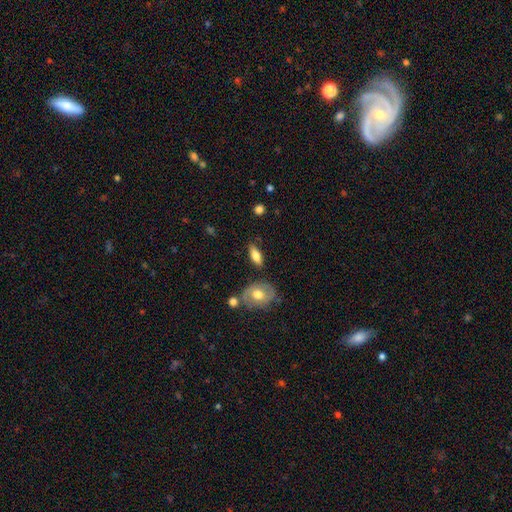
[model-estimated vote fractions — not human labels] smooth 72%, featured or disk 21%, star or artifact 7%. Down the decision tree: how rounded — in between (77%); merging — none (77%).